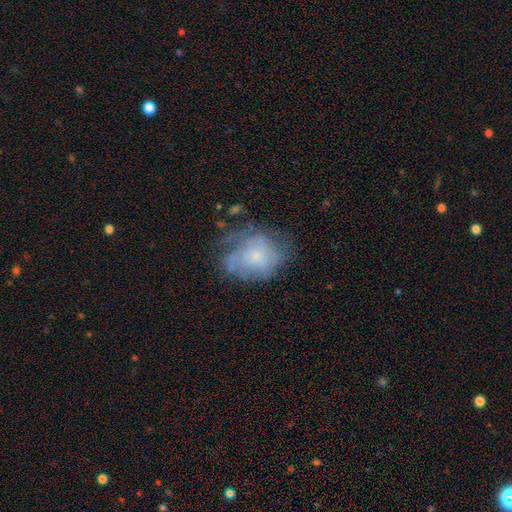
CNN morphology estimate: featured or disk 49%, smooth 41%, star or artifact 11%. Down the decision tree: merging — none (49%).